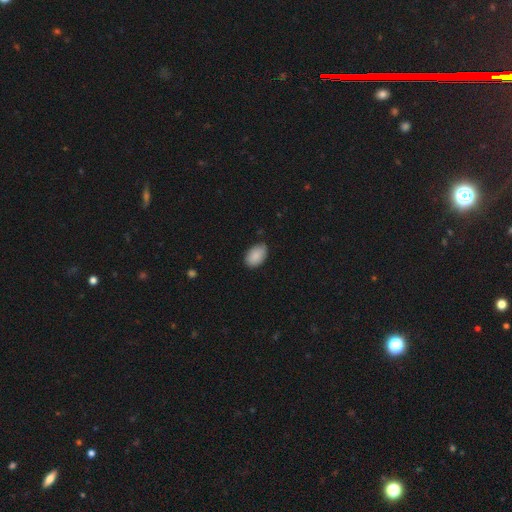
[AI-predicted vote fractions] smooth_or_featured: smooth (p=0.89) [alt: star or artifact p=0.07]
how_rounded: in between (p=0.91) [alt: round p=0.08]
merging: none (p=0.78) [alt: minor disturbance p=0.18]